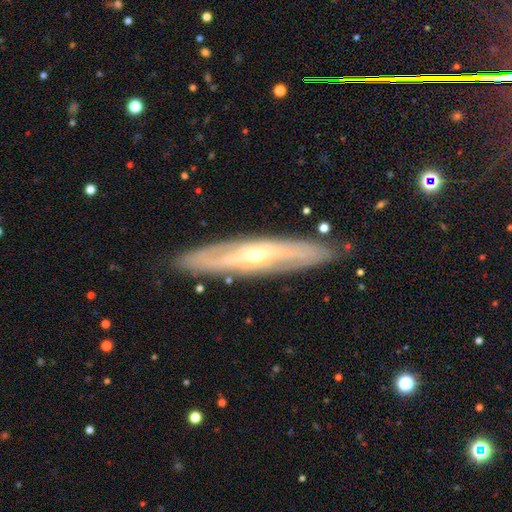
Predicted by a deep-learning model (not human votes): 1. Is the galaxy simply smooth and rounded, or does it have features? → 75% featured or disk, 18% smooth, 7% star or artifact.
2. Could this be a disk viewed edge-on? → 59% yes, 41% no.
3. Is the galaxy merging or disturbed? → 86% none, 10% minor disturbance, 2% major disturbance, 1% merger.